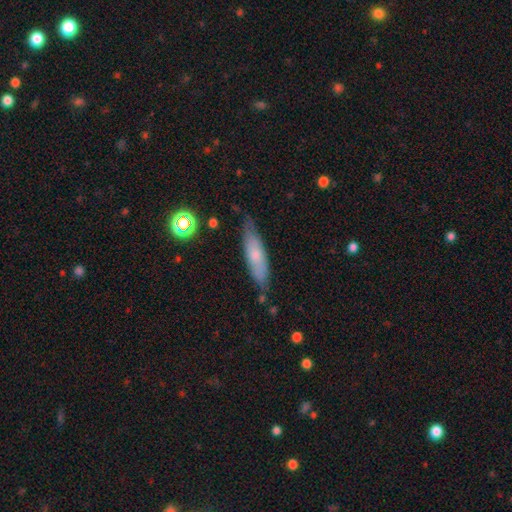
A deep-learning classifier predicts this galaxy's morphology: Smooth or featured? Predicted: smooth (p=0.61). How rounded? Predicted: cigar-shaped (p=0.67). Merging? Predicted: none (p=0.74).